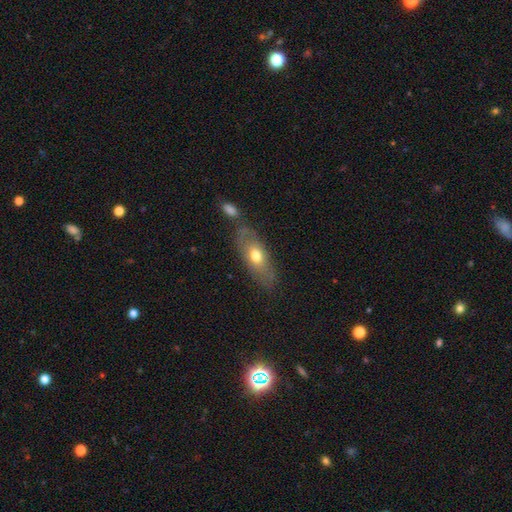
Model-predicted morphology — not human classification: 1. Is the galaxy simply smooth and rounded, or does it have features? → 56% smooth, 37% featured or disk, 7% star or artifact.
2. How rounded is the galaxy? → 77% in between, 19% cigar-shaped, 4% round.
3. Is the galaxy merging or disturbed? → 69% none, 17% minor disturbance, 8% merger, 6% major disturbance.